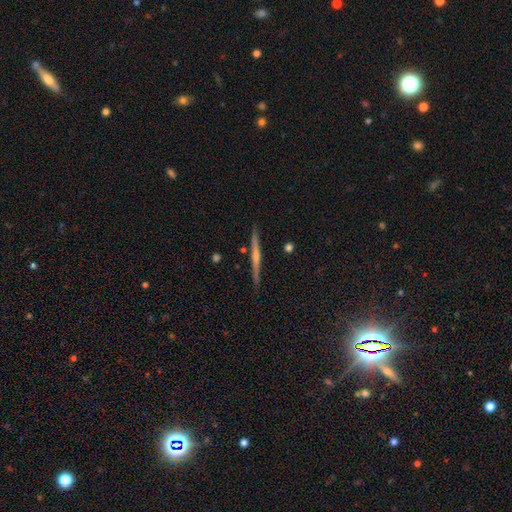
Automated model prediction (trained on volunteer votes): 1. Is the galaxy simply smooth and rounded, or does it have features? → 61% featured or disk, 20% star or artifact, 18% smooth.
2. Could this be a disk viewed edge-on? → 95% yes, 5% no.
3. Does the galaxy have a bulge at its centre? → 63% rounded, 27% none, 10% boxy.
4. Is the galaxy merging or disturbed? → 88% none, 8% minor disturbance, 2% major disturbance, 2% merger.